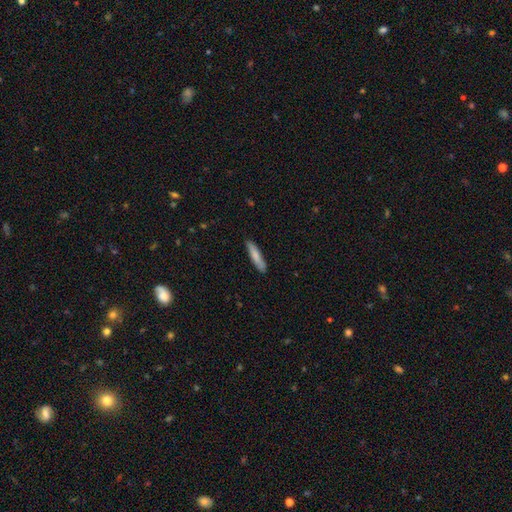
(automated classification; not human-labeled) This is likely a smooth galaxy (79%). How rounded: clearly cigar-shaped (88%). Merging: clearly none (87%).